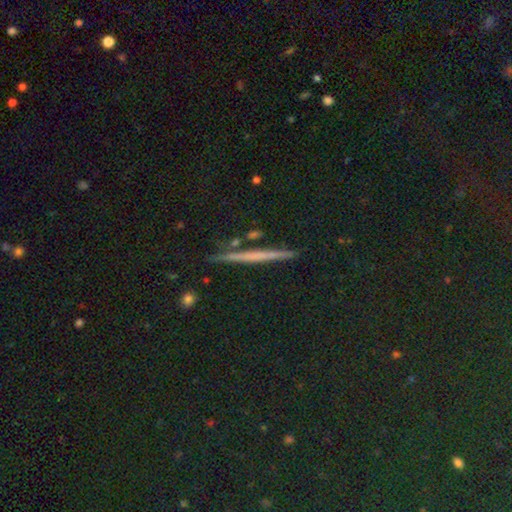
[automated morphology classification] Overall: featured or disk (43%; smooth 39%). Merging: none (89%).